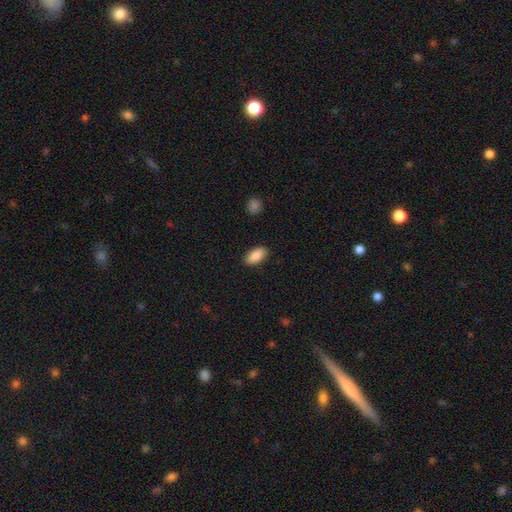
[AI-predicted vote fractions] Smooth or featured? smooth (89%)
How rounded? in between (92%)
Merging? none (89%)